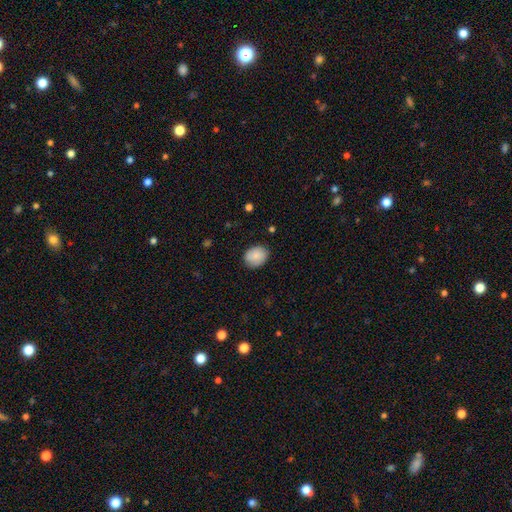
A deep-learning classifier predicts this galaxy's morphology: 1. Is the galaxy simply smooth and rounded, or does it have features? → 84% smooth, 10% featured or disk, 7% star or artifact.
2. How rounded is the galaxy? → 57% in between, 42% round, 1% cigar-shaped.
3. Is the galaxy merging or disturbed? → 80% none, 16% minor disturbance, 3% major disturbance, 1% merger.